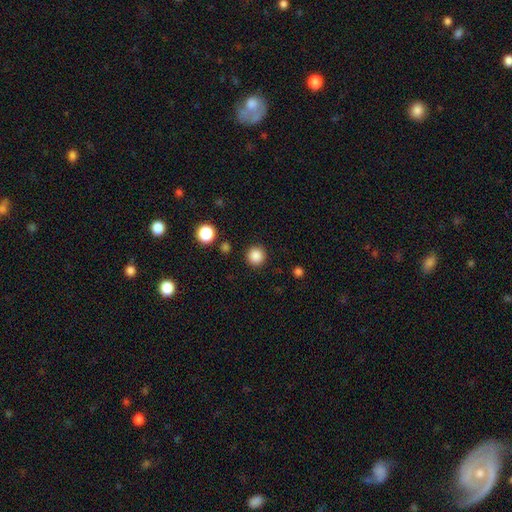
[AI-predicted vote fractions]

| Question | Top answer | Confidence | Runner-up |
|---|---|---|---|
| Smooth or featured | smooth | 86% | star or artifact (11%) |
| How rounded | round | 95% | in between (4%) |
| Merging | none | 90% | minor disturbance (5%) |